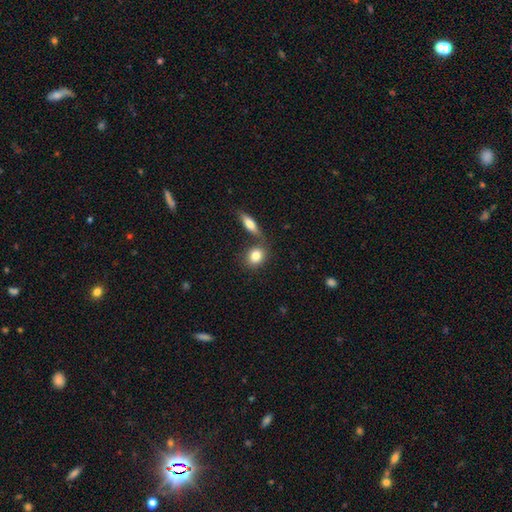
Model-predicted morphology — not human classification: smooth-or-featured: smooth: 83% | featured or disk: 9% | star or artifact: 8%
  how-rounded: round: 54% | in between: 42% | cigar-shaped: 3%
  merging: none: 62% | merger: 23% | minor disturbance: 12% | major disturbance: 3%